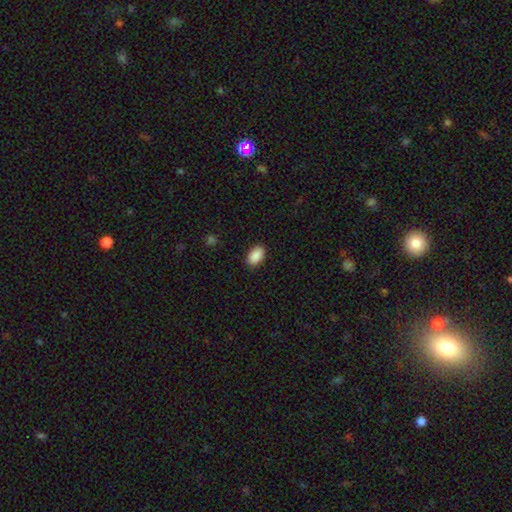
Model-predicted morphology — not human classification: type=smooth (90%); roundness=in between (92%); merging=none (89%).